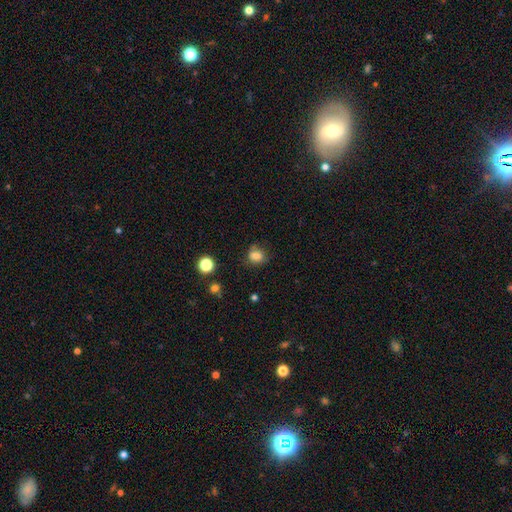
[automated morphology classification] smooth-or-featured: smooth: 81% | star or artifact: 13% | featured or disk: 7%
  how-rounded: round: 57% | in between: 42% | cigar-shaped: 1%
  merging: none: 66% | minor disturbance: 21% | merger: 6% | major disturbance: 6%